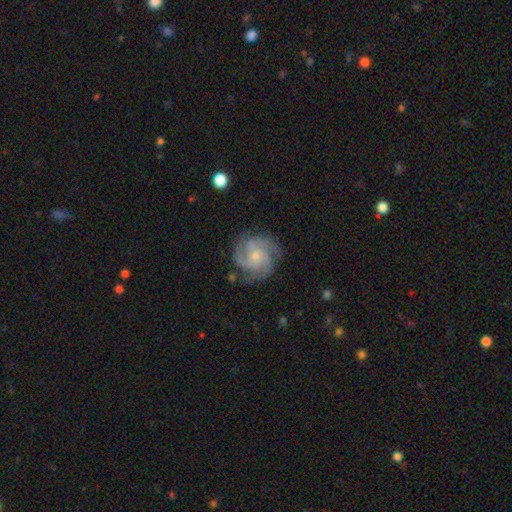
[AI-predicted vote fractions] The model was most divided on "spiral winding": tight: 50%, medium: 42%, loose: 8%. Remaining: edge-on disk — no (98%); spiral arms — yes (97%); smooth or featured — featured or disk (85%); merging — none (79%); bar — no (73%); bulge size — small (60%); spiral arm count — 3 (40%).